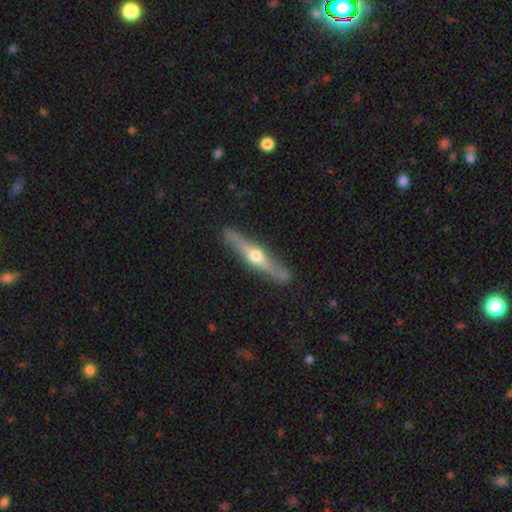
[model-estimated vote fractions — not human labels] This appears to be a featured or disk galaxy (75%) viewed edge-on (96%) with a rounded central bulge (95%). Merging: none (89%).